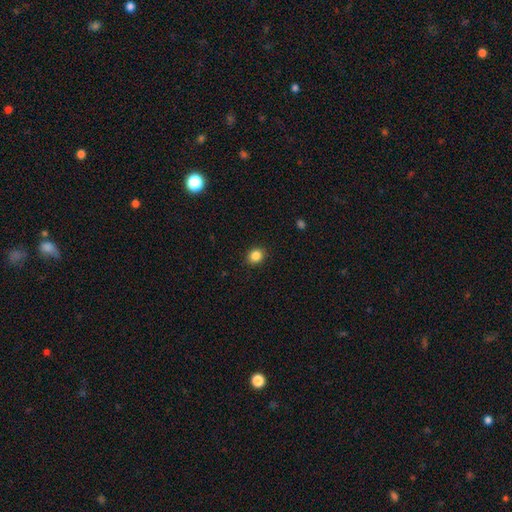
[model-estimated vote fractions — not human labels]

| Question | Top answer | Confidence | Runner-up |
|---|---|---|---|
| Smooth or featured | smooth | 85% | star or artifact (11%) |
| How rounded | round | 74% | in between (25%) |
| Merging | none | 90% | minor disturbance (7%) |